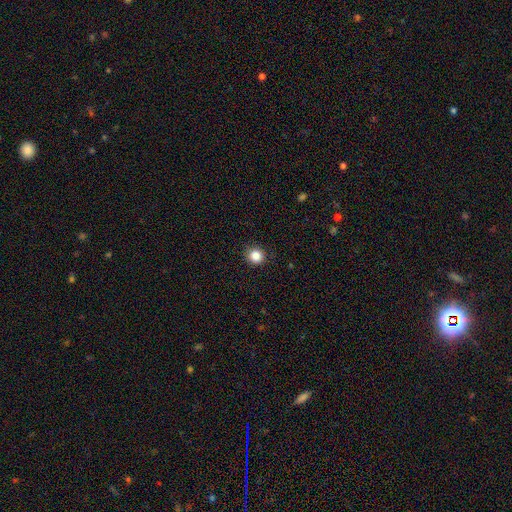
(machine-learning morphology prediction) Smooth or featured? smooth (86%)
How rounded? round (89%)
Merging? none (90%)